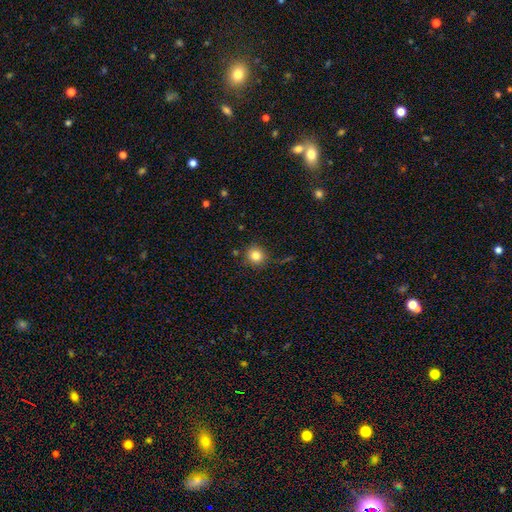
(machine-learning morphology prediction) smooth-or-featured: smooth: 82% | star or artifact: 12% | featured or disk: 7%
  how-rounded: round: 92% | in between: 7% | cigar-shaped: 1%
  merging: none: 84% | minor disturbance: 10% | major disturbance: 3% | merger: 3%